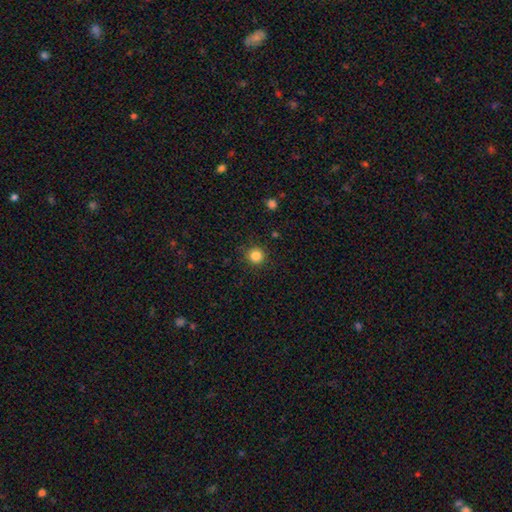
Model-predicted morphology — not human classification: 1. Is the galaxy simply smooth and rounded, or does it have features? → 84% smooth, 12% star or artifact, 4% featured or disk.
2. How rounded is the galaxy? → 95% round, 4% in between, 1% cigar-shaped.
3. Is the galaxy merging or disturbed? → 90% none, 6% minor disturbance, 2% major disturbance, 1% merger.